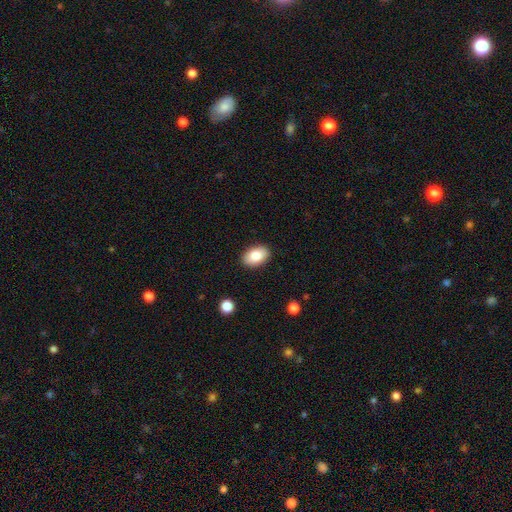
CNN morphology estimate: Smooth or featured: smooth — 85% (featured or disk — 8%)
How rounded: in between — 89% (round — 10%)
Merging: none — 89% (minor disturbance — 8%)